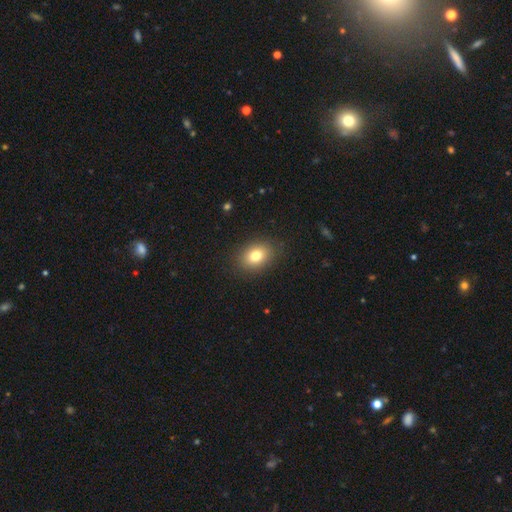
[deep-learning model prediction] Smooth or featured? smooth (79%)
How rounded? in between (68%)
Merging? none (88%)